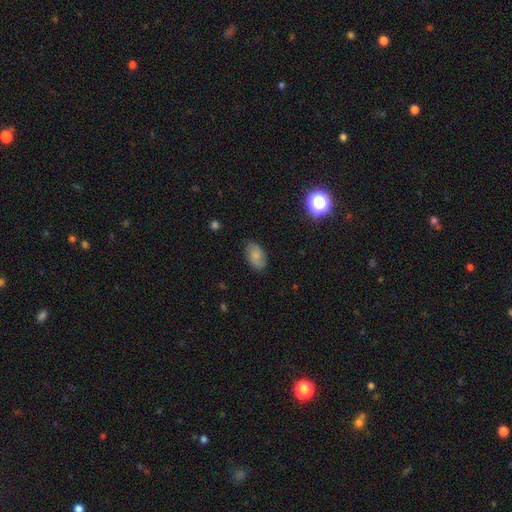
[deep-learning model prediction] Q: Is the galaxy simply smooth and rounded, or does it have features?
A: smooth — 61%.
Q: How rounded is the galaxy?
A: in between — 90%.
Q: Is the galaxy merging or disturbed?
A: none — 75%.